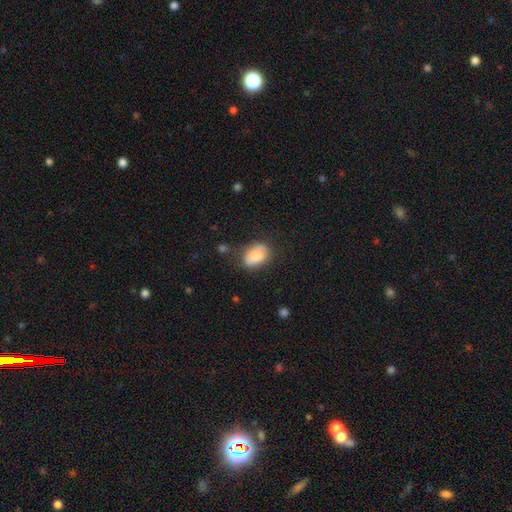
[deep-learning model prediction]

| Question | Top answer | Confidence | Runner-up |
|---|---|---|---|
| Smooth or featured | smooth | 76% | featured or disk (16%) |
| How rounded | in between | 78% | round (21%) |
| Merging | none | 60% | minor disturbance (28%) |